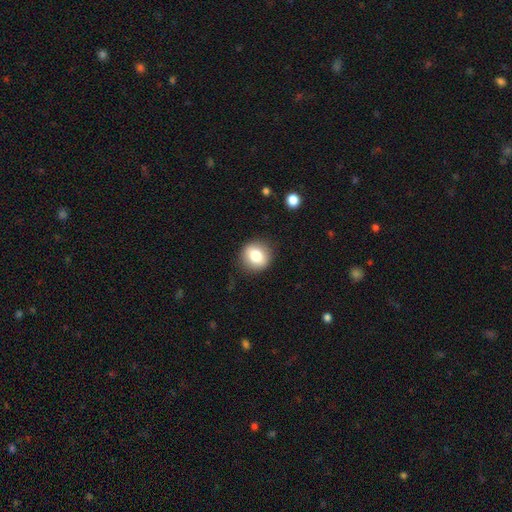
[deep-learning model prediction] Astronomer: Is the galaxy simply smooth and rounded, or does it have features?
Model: smooth — 78%.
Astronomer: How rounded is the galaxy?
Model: round — 85%.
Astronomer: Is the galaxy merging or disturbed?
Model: none — 88%.